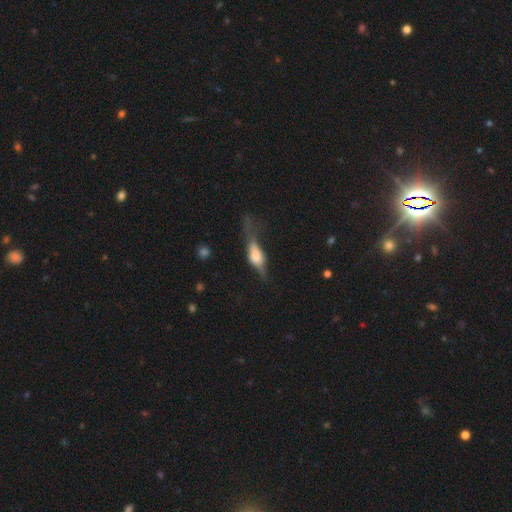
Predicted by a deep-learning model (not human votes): A featured or disk galaxy (53%) viewed edge-on (83%). Merging: none (37%).